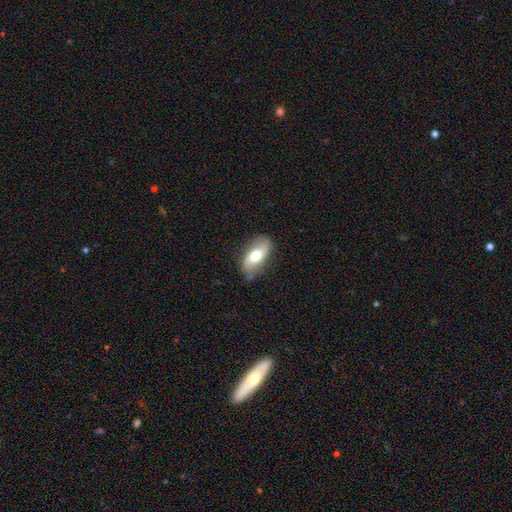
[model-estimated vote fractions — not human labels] The model was most divided on "smooth or featured": featured or disk: 50%, smooth: 44%, star or artifact: 6%. More confident: merging — none (74%).